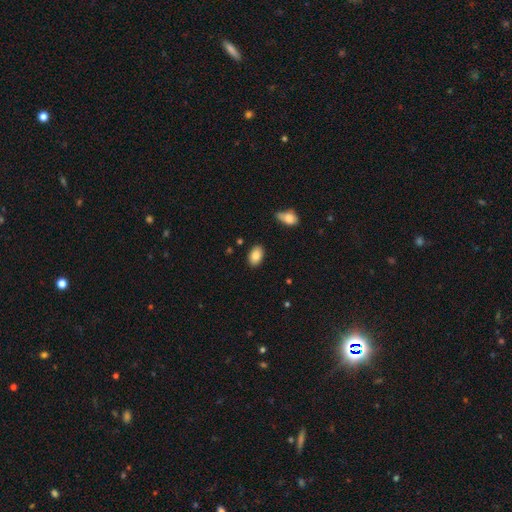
This is clearly a smooth galaxy (87%). How rounded: clearly in between (91%). Merging: likely none (78%).